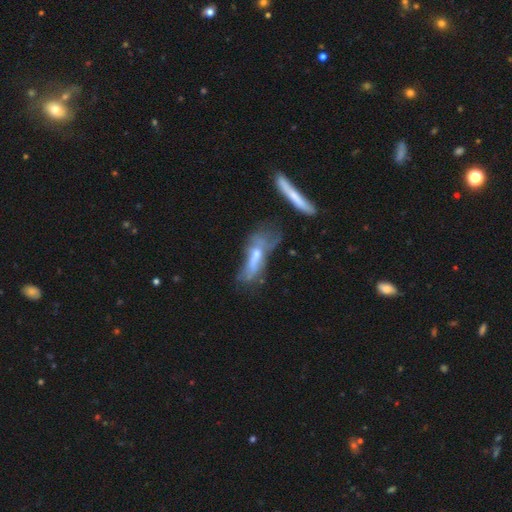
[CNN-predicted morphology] type=featured or disk (49%); merging=none (31%).